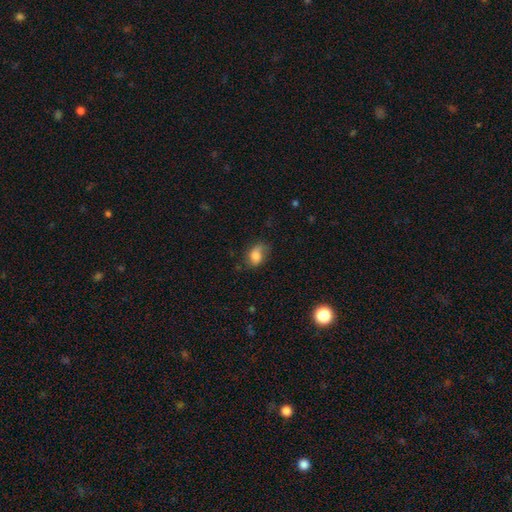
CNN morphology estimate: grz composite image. It shows a smooth galaxy with no disk features (69%) that is in between round and cigar-shaped (77%). Merging: none (58%).